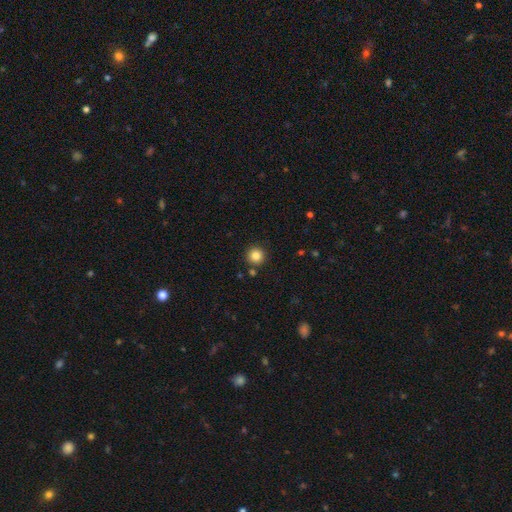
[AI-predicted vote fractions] This is clearly a smooth galaxy (84%). How rounded: clearly round (95%). Merging: clearly none (88%).